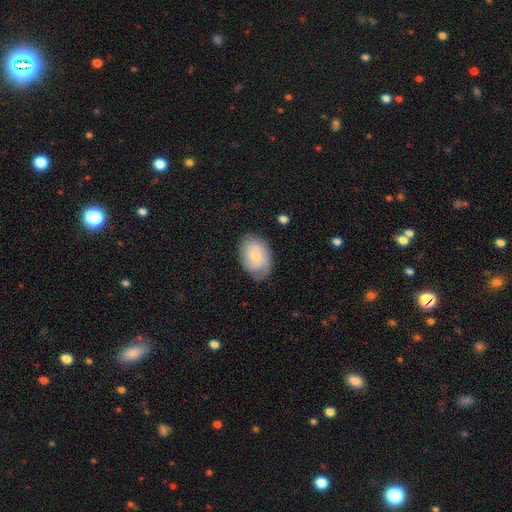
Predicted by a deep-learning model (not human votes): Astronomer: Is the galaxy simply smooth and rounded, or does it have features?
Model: smooth — 58% (runner-up: featured or disk, 36%).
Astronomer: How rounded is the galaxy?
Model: in between — 79%.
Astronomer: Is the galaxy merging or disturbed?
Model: none — 70%.